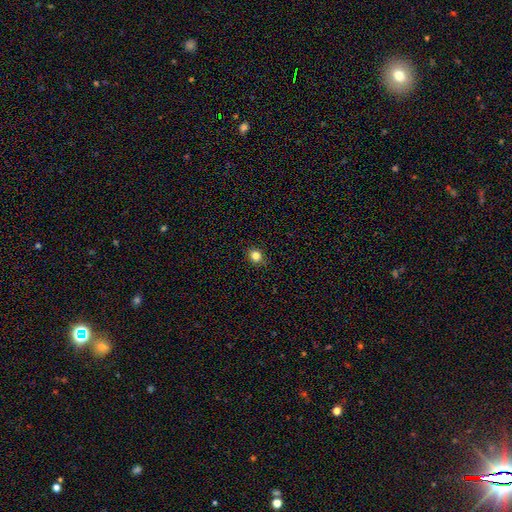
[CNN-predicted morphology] smooth_or_featured: smooth (p=0.83) [alt: star or artifact p=0.12]
how_rounded: round (p=0.79) [alt: in between p=0.20]
merging: none (p=0.91) [alt: minor disturbance p=0.06]